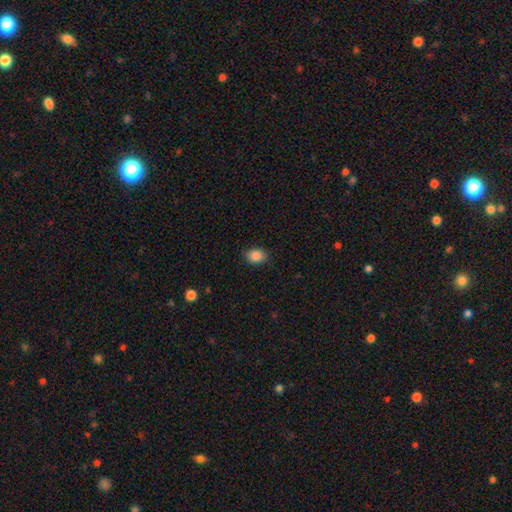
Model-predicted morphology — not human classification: The model was most divided on "how rounded": in between: 64%, round: 35%, cigar-shaped: 1%. More confident: smooth or featured — smooth (87%); merging — none (86%).